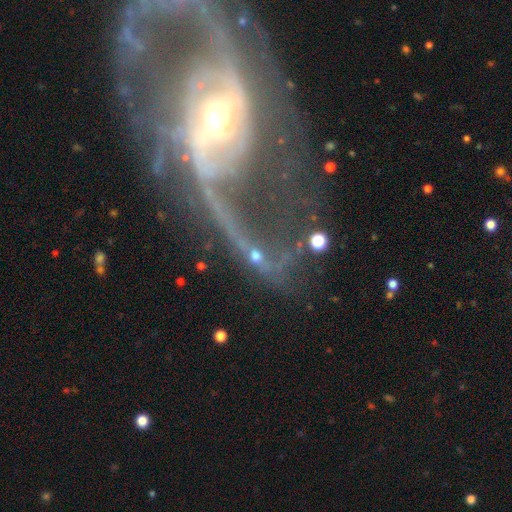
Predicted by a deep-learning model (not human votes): Smooth or featured: featured or disk — 71% (star or artifact — 15%)
Edge-on disk: no — 91% (yes — 9%)
Bar: no — 50% (weak — 26%)
Spiral arms: yes — 56% (no — 44%)
Bulge size: moderate — 56% (small — 32%)
Merging: major disturbance — 55% (none — 23%)